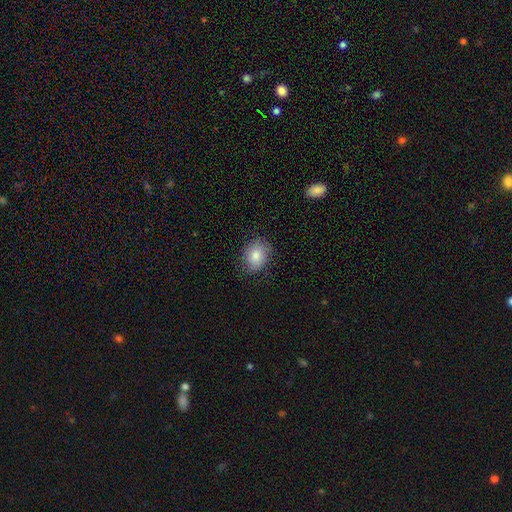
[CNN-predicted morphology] The model was most divided on "how rounded": in between: 53%, round: 46%, cigar-shaped: 1%. More confident: smooth or featured — smooth (81%); merging — none (79%).